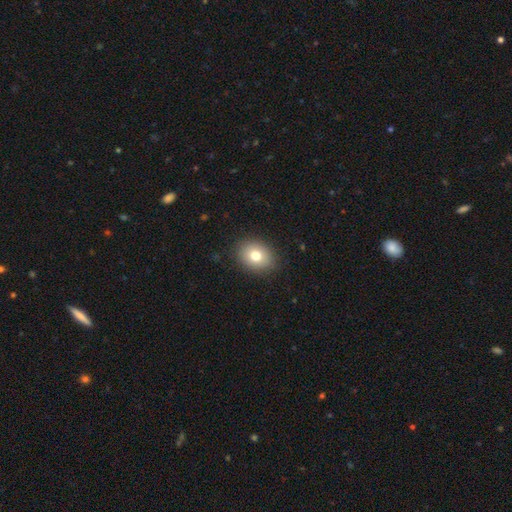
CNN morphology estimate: Smooth or featured? Predicted: smooth (p=0.78). How rounded? Predicted: in between (p=0.56). Merging? Predicted: none (p=0.88).